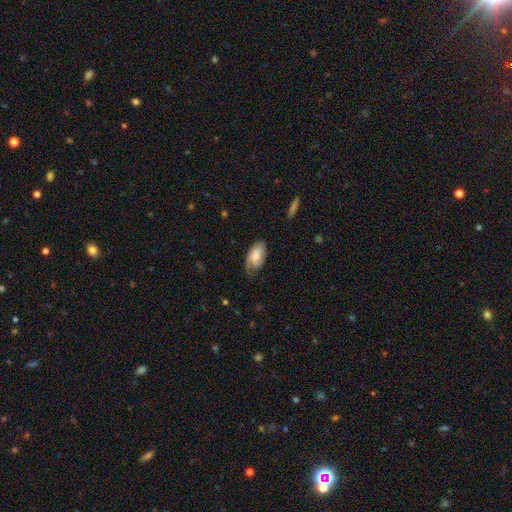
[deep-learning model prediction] Smooth or featured: smooth — 50% (featured or disk — 44%)
Merging: none — 61% (minor disturbance — 28%)